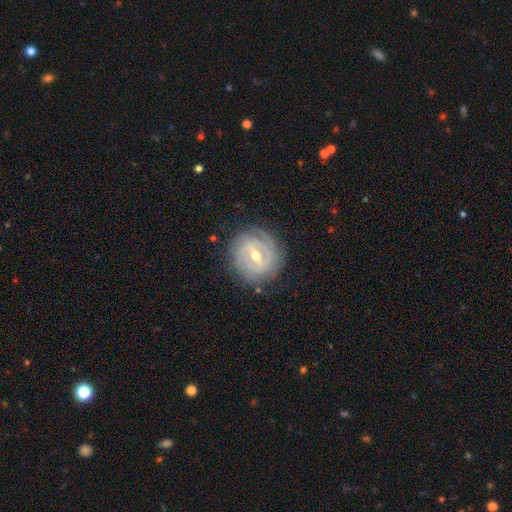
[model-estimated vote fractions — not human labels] The model was most divided on "bar": strong: 46%, weak: 42%, no: 12%. Remaining: edge-on disk — no (96%); spiral arms — yes (91%); smooth or featured — featured or disk (85%); merging — none (82%); spiral winding — tight (79%); bulge size — moderate (63%); spiral arm count — 2 (41%).